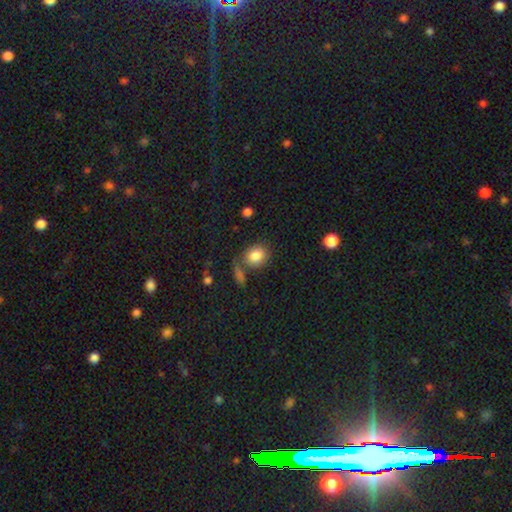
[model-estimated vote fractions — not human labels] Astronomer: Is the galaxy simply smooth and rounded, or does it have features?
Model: smooth — 84%.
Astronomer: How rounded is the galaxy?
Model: round — 57% (runner-up: in between, 42%).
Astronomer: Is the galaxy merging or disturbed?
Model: none — 63%.